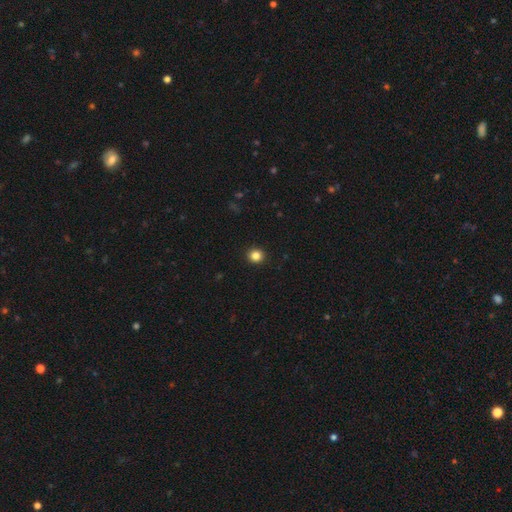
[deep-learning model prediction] Smooth or featured? smooth (84%)
How rounded? round (91%)
Merging? none (93%)